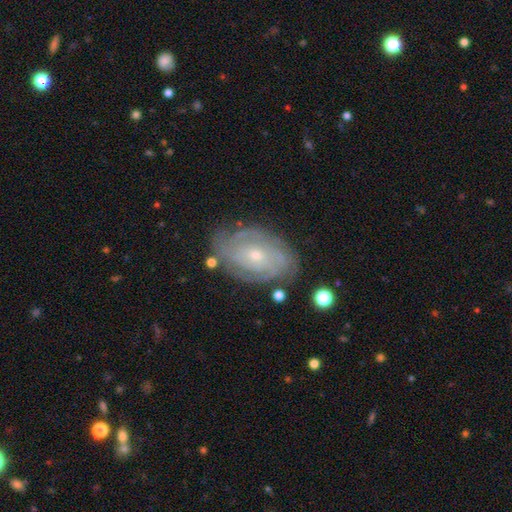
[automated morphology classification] smooth-or-featured: featured or disk: 83% | smooth: 11% | star or artifact: 6%
  disk-edge-on: no: 96% | yes: 4%
    bar: no: 73% | weak: 23% | strong: 5%
    has-spiral-arms: yes: 94% | no: 6%
      spiral-winding: tight: 76% | medium: 20% | loose: 4%
      spiral-arm-count: can't tell: 38% | 2: 20% | 3: 18% | 4: 13% | more than 4: 6% | 1: 5%
    bulge-size: small: 65% | moderate: 32% | large: 1% | none: 1% | dominant: 1%
  merging: none: 77% | minor disturbance: 16% | major disturbance: 5% | merger: 2%